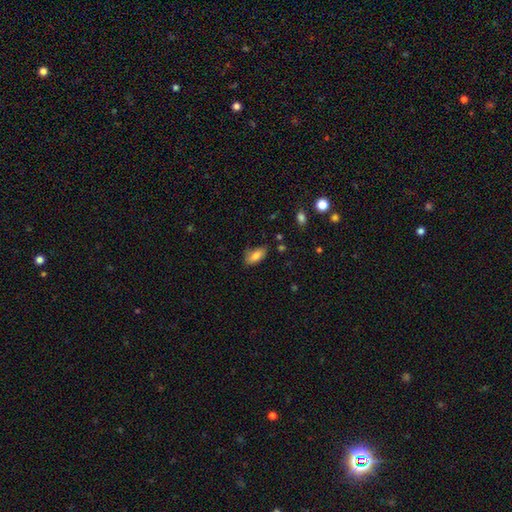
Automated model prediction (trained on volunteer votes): Smooth or featured: smooth — 81% (featured or disk — 11%)
How rounded: in between — 86% (cigar-shaped — 11%)
Merging: none — 69% (minor disturbance — 23%)